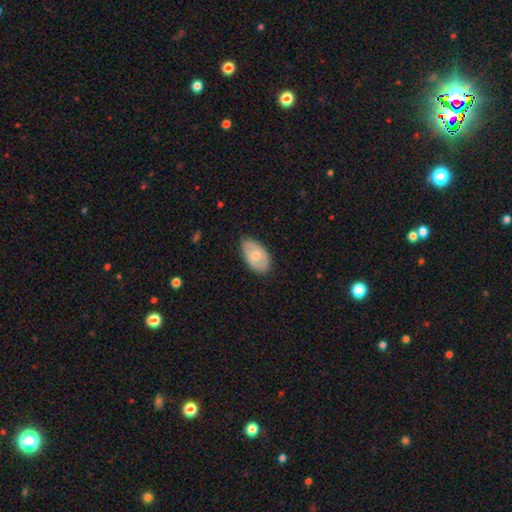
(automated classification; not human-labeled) A smooth galaxy with no disk features (64%) that is in between round and cigar-shaped (92%).

Vote fractions:
- Smooth or featured? smooth: 64% / featured or disk: 30% / star or artifact: 6%
- How rounded? in between: 92% / round: 6% / cigar-shaped: 1%
- Merging? none: 71% / minor disturbance: 24% / major disturbance: 4% / merger: 1%